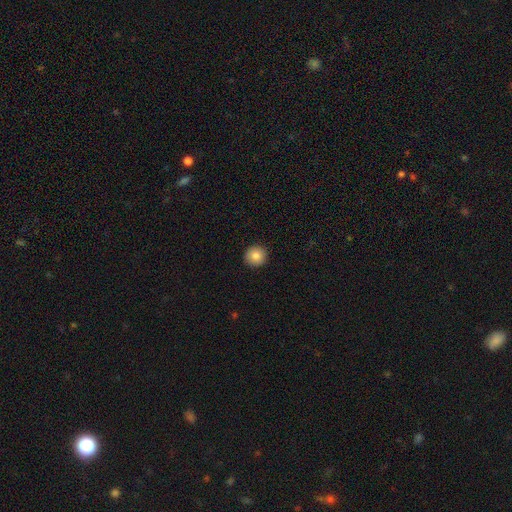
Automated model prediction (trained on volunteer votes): Q: Smooth or featured?
A: smooth (85%); runner-up: star or artifact (9%)
Q: How rounded?
A: round (93%); runner-up: in between (6%)
Q: Merging?
A: none (93%); runner-up: minor disturbance (5%)